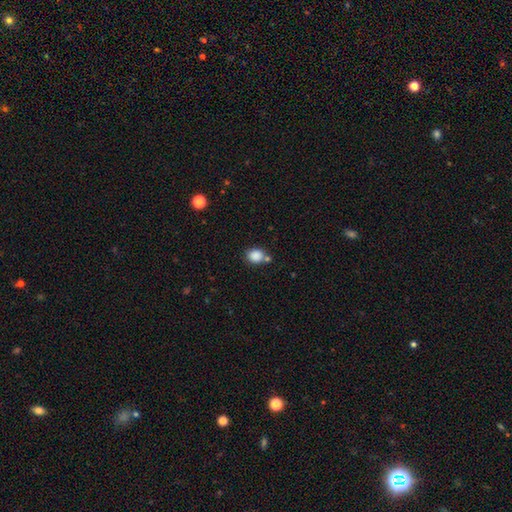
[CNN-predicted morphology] Overall: smooth (86%). How rounded: round (64%; in between 35%). Merging: none (64%).